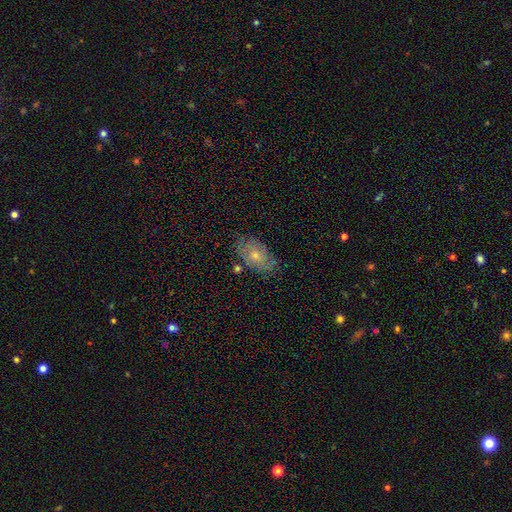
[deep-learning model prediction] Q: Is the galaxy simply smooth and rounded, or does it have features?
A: smooth — 56%.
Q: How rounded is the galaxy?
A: in between — 90%.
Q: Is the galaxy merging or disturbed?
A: none — 68%.